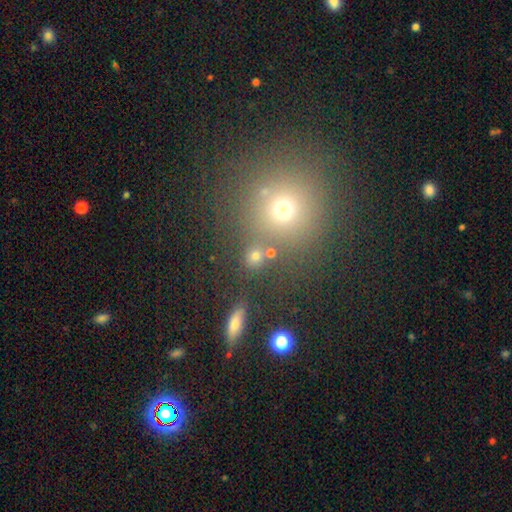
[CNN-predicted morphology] Smooth or featured? Predicted: smooth (p=0.58). How rounded? Predicted: round (p=0.80). Merging? Predicted: none (p=0.77).